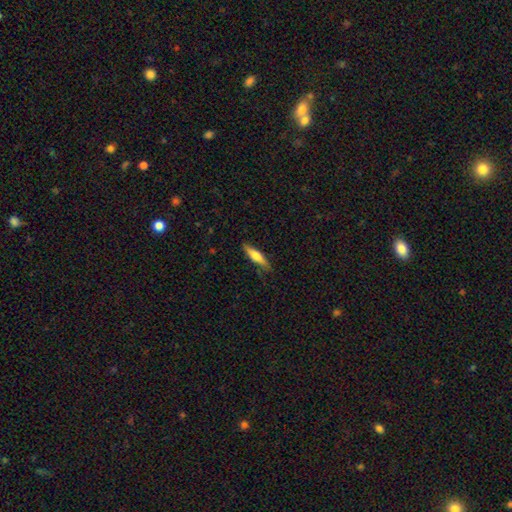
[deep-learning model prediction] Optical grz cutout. It shows a smooth galaxy with no disk features (64%) that is cigar-shaped (73%). Merging: none (81%).